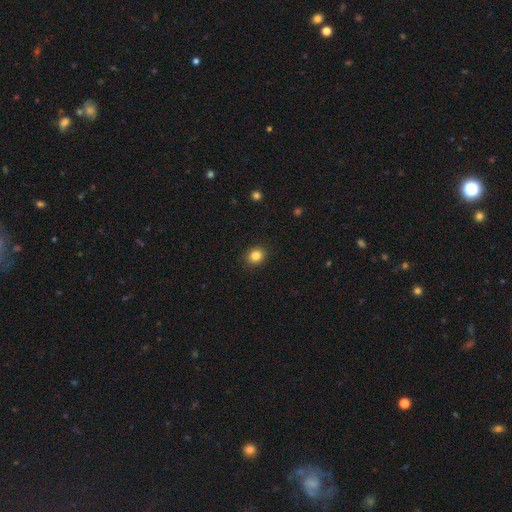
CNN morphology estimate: smooth_or_featured: smooth (p=0.84) [alt: star or artifact p=0.11]
how_rounded: round (p=0.71) [alt: in between p=0.28]
merging: none (p=0.90) [alt: minor disturbance p=0.07]